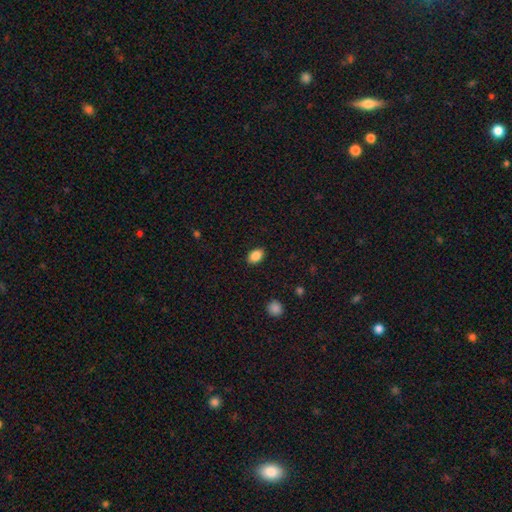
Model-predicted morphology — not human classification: Smooth or featured?
  - smooth: 87% *
  - star or artifact: 8%
  - featured or disk: 4%
How rounded?
  - in between: 83% *
  - round: 16%
  - cigar-shaped: 1%
Merging?
  - none: 88% *
  - minor disturbance: 8%
  - major disturbance: 2%
  - merger: 1%